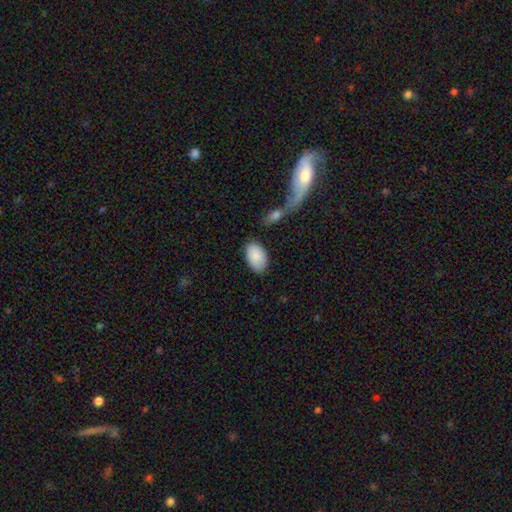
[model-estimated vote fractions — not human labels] Smooth or featured?
  - smooth: 87% *
  - featured or disk: 8%
  - star or artifact: 6%
How rounded?
  - in between: 94% *
  - round: 5%
  - cigar-shaped: 1%
Merging?
  - none: 79% *
  - minor disturbance: 13%
  - merger: 5%
  - major disturbance: 4%